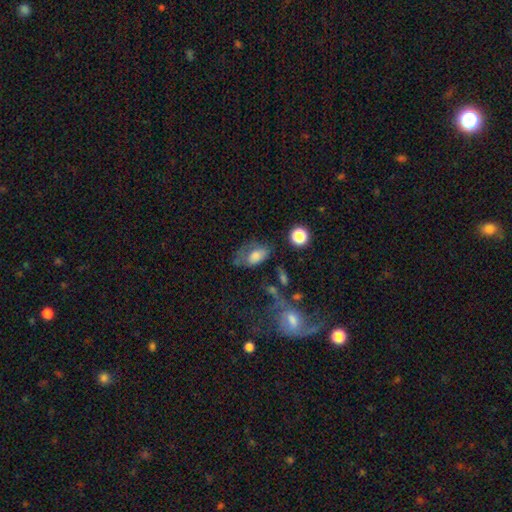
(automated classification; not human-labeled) This is likely a smooth galaxy (67%). How rounded: clearly in between (89%). Merging: marginally none (40%).